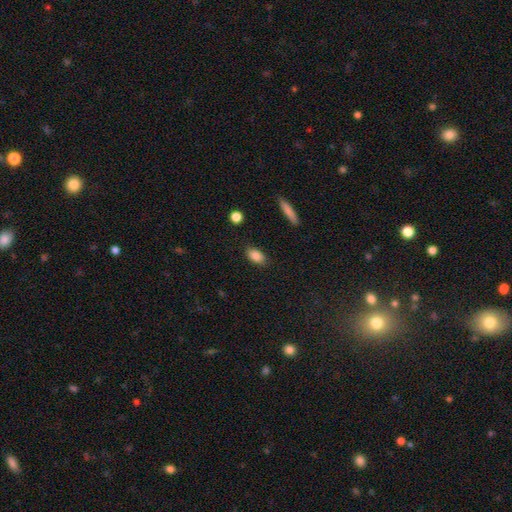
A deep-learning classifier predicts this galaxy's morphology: This is clearly a smooth galaxy (87%). How rounded: clearly in between (87%). Merging: clearly none (84%).